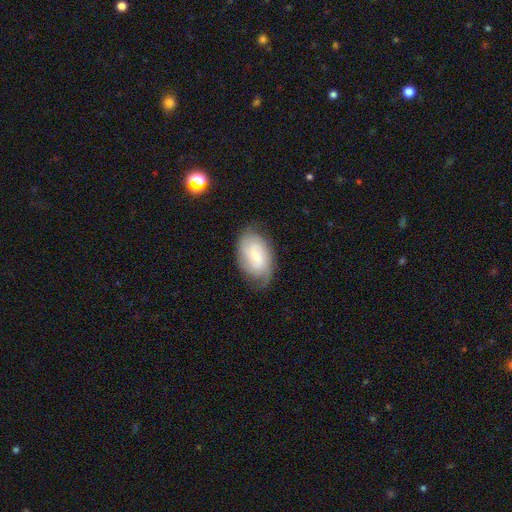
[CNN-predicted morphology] Smooth or featured? Predicted: featured or disk (p=0.64). Edge-on disk? Predicted: no (p=0.96). Bar? Predicted: weak (p=0.56). Spiral arms? Predicted: yes (p=0.90). Spiral winding? Predicted: tight (p=0.57). Spiral arm count? Predicted: 2 (p=0.42). Bulge size? Predicted: small (p=0.58). Merging? Predicted: none (p=0.71).